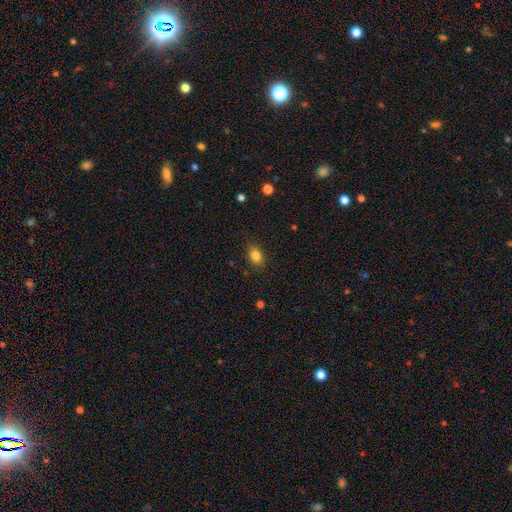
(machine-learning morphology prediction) smooth_or_featured: smooth (p=0.83) [alt: star or artifact p=0.10]
how_rounded: in between (p=0.75) [alt: round p=0.24]
merging: none (p=0.85) [alt: minor disturbance p=0.11]